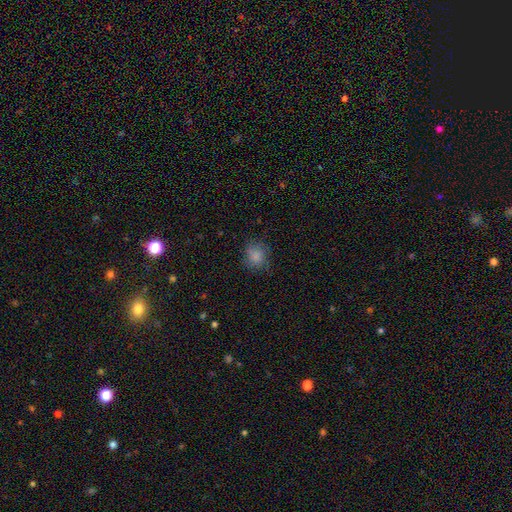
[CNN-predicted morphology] The model was most divided on "how rounded": round: 77%, in between: 22%, cigar-shaped: 1%. More confident: smooth or featured — smooth (82%); merging — none (75%).